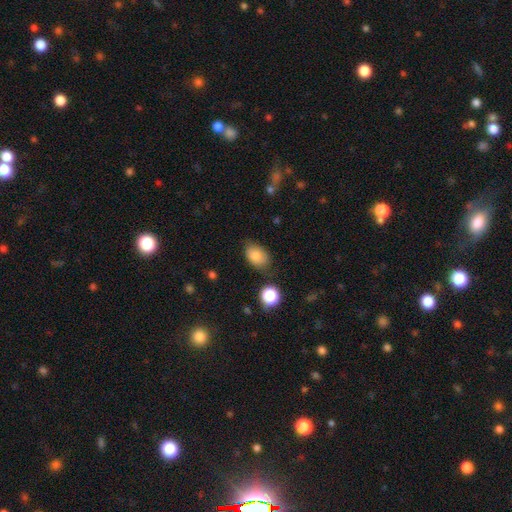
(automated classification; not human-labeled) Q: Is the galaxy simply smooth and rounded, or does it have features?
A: smooth — 84%.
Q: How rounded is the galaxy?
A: in between — 83%.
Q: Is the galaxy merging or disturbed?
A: none — 73%.